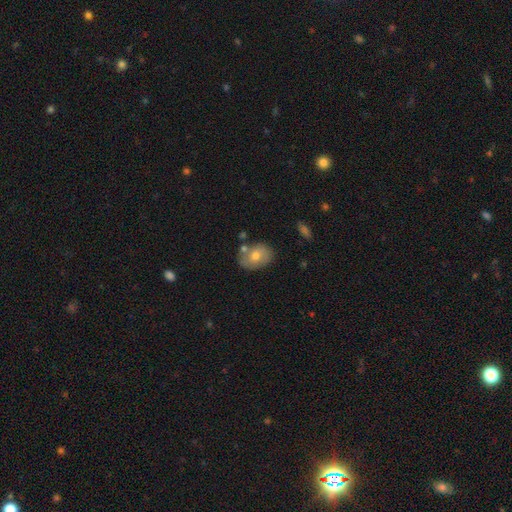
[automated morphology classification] Smooth or featured? Predicted: smooth (p=0.69). How rounded? Predicted: in between (p=0.69). Merging? Predicted: none (p=0.69).